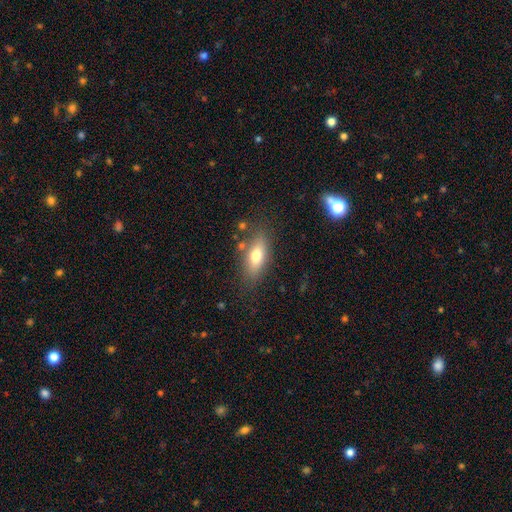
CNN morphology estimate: A smooth galaxy with no disk features (70%) that is in between round and cigar-shaped (76%). Merging: none (76%).